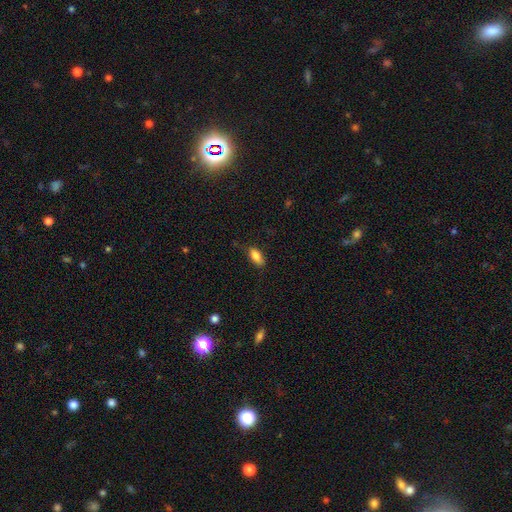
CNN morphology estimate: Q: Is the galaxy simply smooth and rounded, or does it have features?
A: smooth — 84%.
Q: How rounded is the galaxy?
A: in between — 87%.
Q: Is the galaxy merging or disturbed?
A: none — 77%.